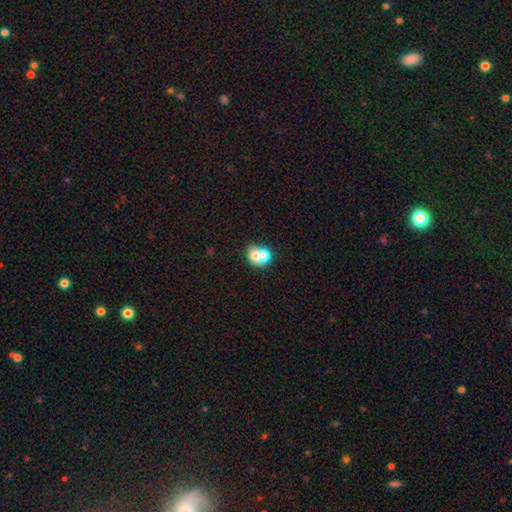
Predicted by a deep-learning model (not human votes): Smooth or featured: smooth — 65% (featured or disk — 24%)
How rounded: round — 65% (in between — 34%)
Merging: merger — 61% (none — 29%)